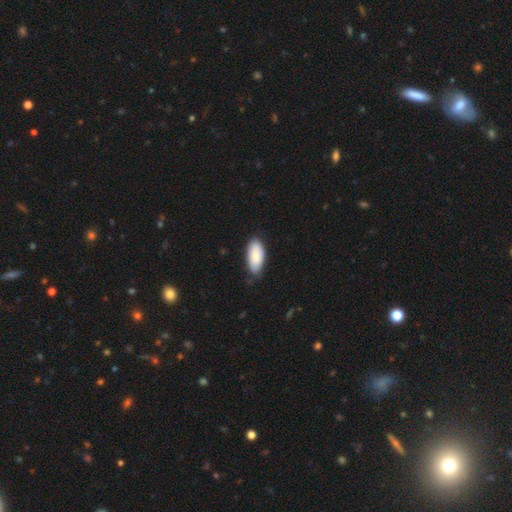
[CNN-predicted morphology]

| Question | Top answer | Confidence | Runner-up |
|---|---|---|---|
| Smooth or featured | smooth | 85% | featured or disk (9%) |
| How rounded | in between | 91% | cigar-shaped (8%) |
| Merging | none | 74% | minor disturbance (22%) |